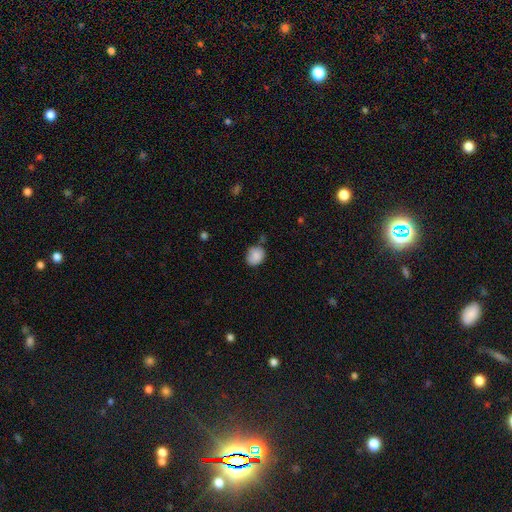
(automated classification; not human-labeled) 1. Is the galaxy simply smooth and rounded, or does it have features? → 84% smooth, 8% star or artifact, 7% featured or disk.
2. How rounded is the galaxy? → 64% round, 35% in between, 1% cigar-shaped.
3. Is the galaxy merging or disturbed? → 61% none, 28% minor disturbance, 6% merger, 6% major disturbance.